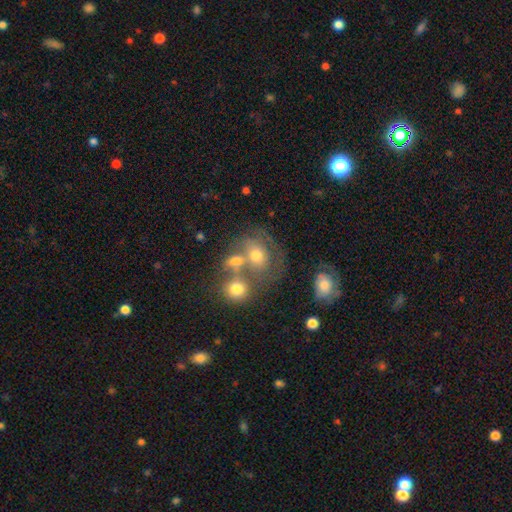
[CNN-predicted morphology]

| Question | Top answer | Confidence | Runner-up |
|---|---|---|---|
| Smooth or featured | smooth | 48% | featured or disk (37%) |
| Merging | merger | 42% | none (31%) |